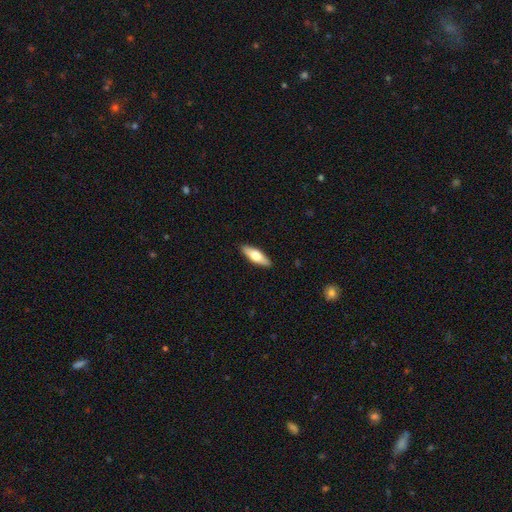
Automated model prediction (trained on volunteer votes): Morphology: type=smooth (57%); roundness=in between (55%); merging=none (90%).